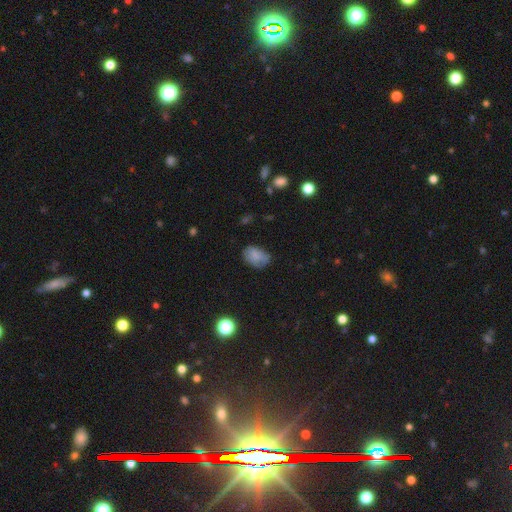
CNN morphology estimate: smooth 77%, featured or disk 13%, star or artifact 10%. Down the decision tree: how rounded — in between (83%); merging — none (60%).